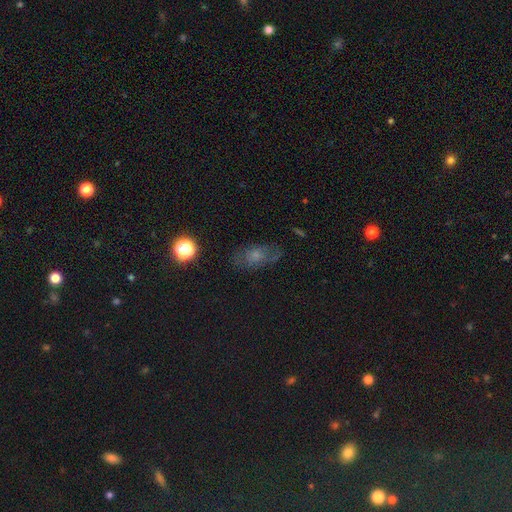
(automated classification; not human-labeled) Smooth or featured? Predicted: smooth (p=0.49). Merging? Predicted: none (p=0.68).